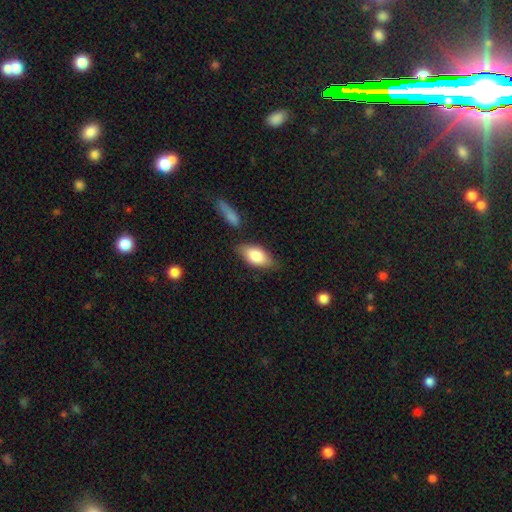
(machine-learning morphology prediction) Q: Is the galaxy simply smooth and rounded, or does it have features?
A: smooth — 79%.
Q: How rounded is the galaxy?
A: in between — 89%.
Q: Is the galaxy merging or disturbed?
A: none — 72%.